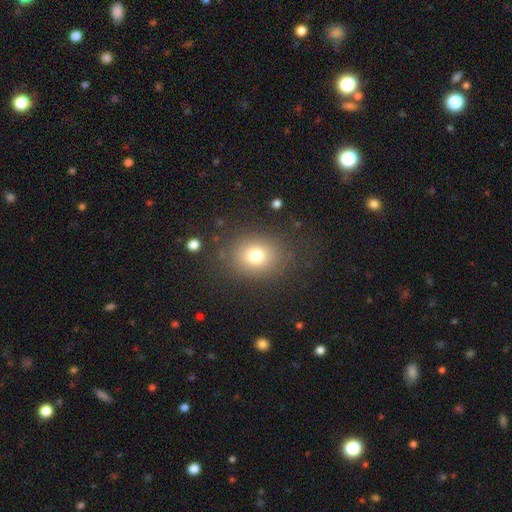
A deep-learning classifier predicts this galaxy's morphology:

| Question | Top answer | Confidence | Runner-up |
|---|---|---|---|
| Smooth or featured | smooth | 75% | star or artifact (14%) |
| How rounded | round | 60% | in between (39%) |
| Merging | none | 83% | minor disturbance (10%) |